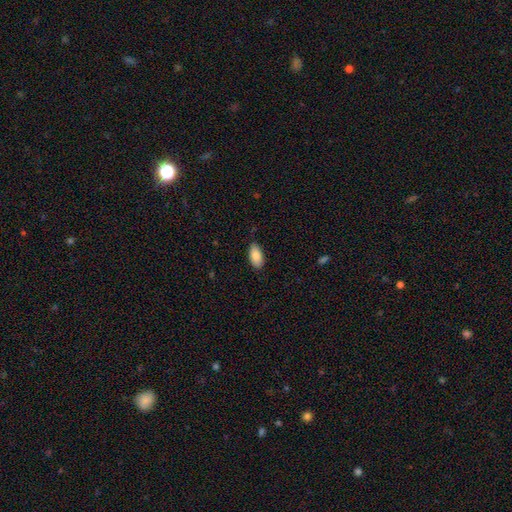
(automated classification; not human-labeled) Q: Smooth or featured?
A: smooth (87%); runner-up: featured or disk (7%)
Q: How rounded?
A: in between (93%); runner-up: cigar-shaped (5%)
Q: Merging?
A: none (84%); runner-up: minor disturbance (13%)